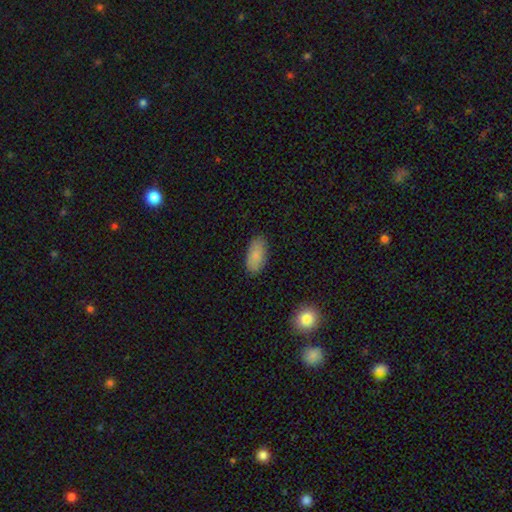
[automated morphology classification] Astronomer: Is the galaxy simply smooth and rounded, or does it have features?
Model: smooth — 85%.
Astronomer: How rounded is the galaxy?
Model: in between — 93%.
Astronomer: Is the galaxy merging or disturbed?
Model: none — 85%.